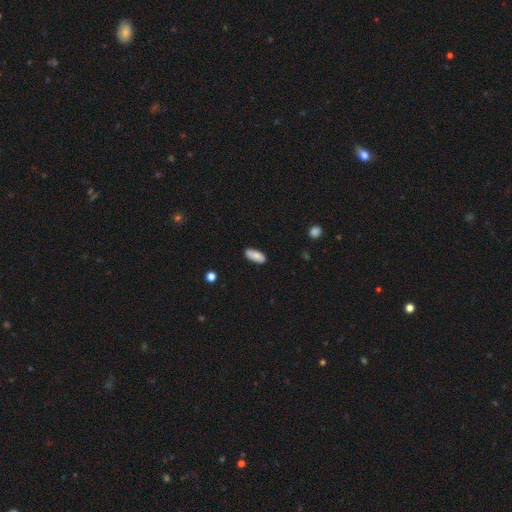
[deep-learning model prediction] smooth-or-featured: smooth: 82% | featured or disk: 11% | star or artifact: 7%
  how-rounded: in between: 84% | cigar-shaped: 14% | round: 2%
  merging: none: 85% | minor disturbance: 12% | major disturbance: 2% | merger: 1%